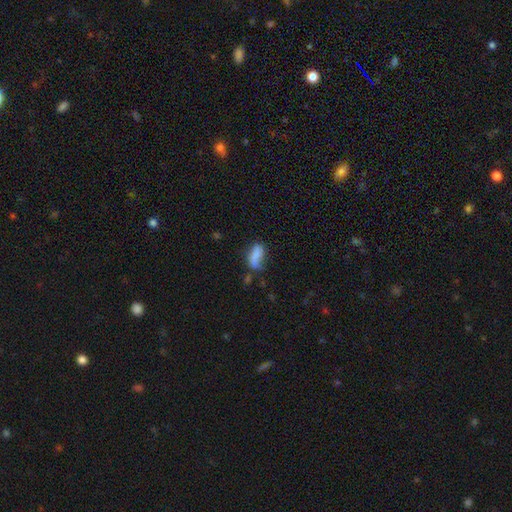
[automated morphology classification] type=smooth (76%); roundness=in between (80%); merging=none (41%).